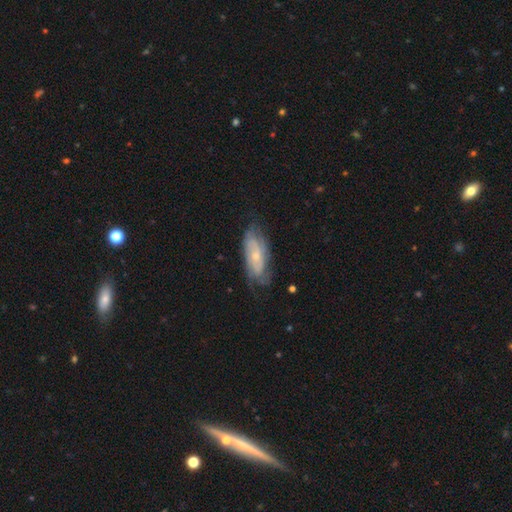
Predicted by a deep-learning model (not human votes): smooth-or-featured: featured or disk: 63% | smooth: 30% | star or artifact: 7%
  disk-edge-on: no: 88% | yes: 12%
    bar: no: 72% | weak: 23% | strong: 5%
    has-spiral-arms: yes: 79% | no: 21%
    bulge-size: small: 63% | moderate: 32% | none: 3% | large: 2% | dominant: 1%
  merging: none: 62% | minor disturbance: 26% | major disturbance: 10% | merger: 2%